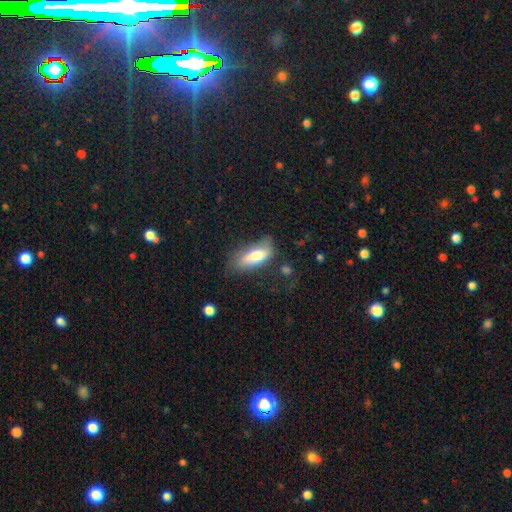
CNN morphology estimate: A smooth galaxy with no disk features (70%) that is in between round and cigar-shaped (69%).

Vote fractions:
- Smooth or featured? smooth: 70% / featured or disk: 23% / star or artifact: 7%
- How rounded? in between: 69% / cigar-shaped: 29% / round: 2%
- Merging? none: 61% / minor disturbance: 25% / major disturbance: 11% / merger: 3%